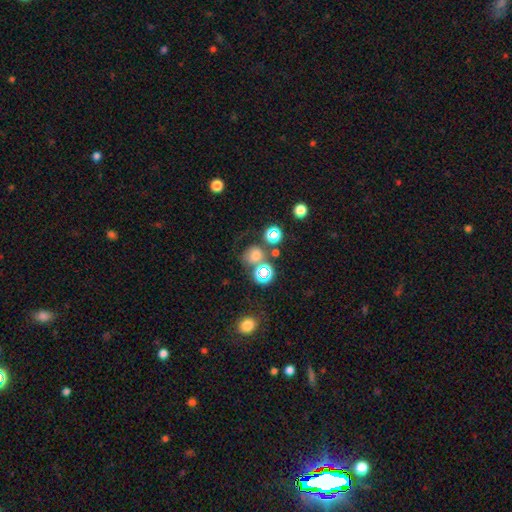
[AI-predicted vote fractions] This appears to be a smooth galaxy with no disk features (62%) that is round (76%). Merging: none (55%).